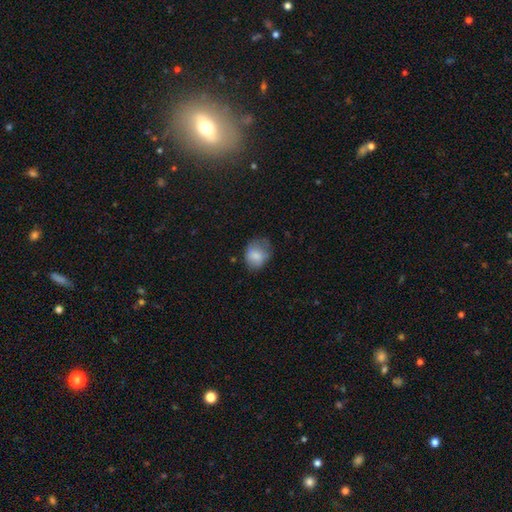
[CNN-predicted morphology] This is likely a smooth galaxy (77%). How rounded: possibly in between (50%). Merging: possibly none (54%).